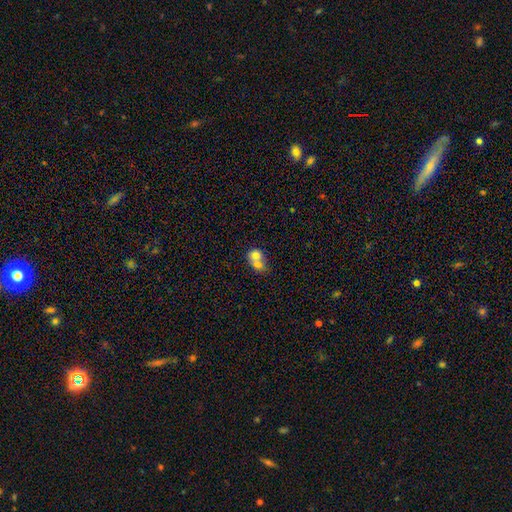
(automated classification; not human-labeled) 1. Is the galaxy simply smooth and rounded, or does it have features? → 69% smooth, 22% featured or disk, 9% star or artifact.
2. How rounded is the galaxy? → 60% round, 39% in between, 1% cigar-shaped.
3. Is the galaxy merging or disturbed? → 73% merger, 18% none, 6% minor disturbance, 3% major disturbance.